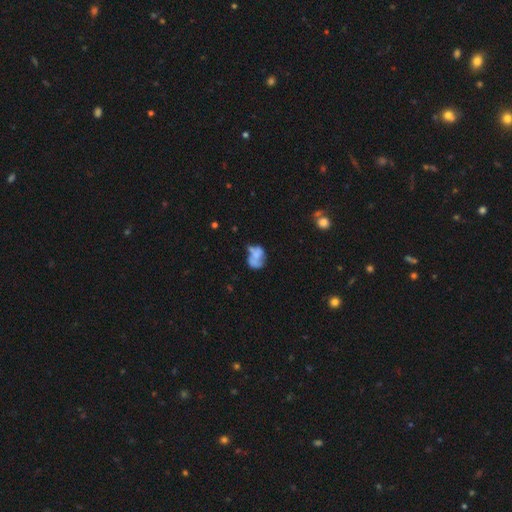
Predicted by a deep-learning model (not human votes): The model was most divided on "smooth or featured": featured or disk: 45%, smooth: 44%, star or artifact: 11%. Remaining: merging — none (27%).